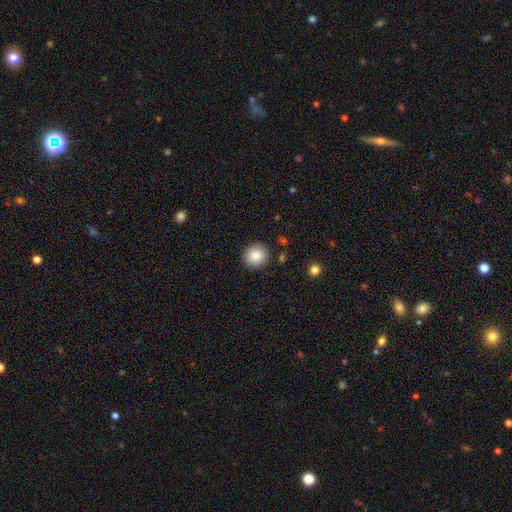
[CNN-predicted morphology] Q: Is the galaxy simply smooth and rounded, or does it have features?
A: smooth — 83%.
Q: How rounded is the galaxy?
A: round — 90%.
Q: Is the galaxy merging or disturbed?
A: none — 89%.